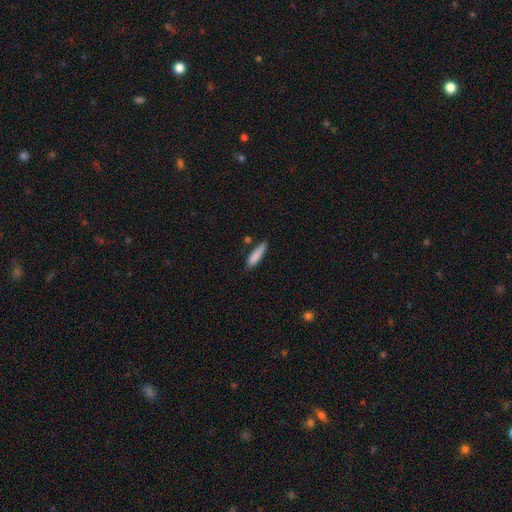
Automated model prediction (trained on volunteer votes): This is clearly a smooth galaxy (84%). How rounded: clearly cigar-shaped (81%). Merging: likely none (71%).